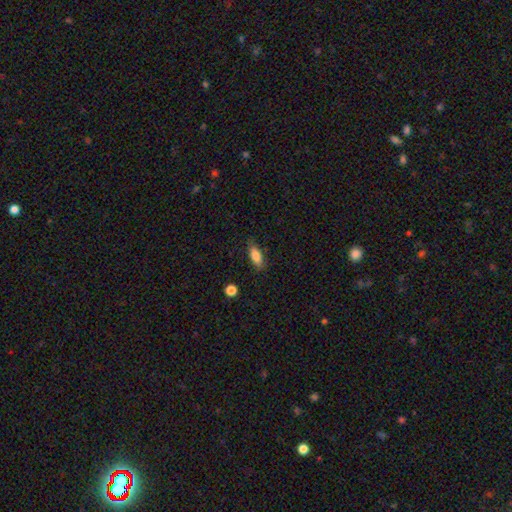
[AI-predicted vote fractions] Morphology: type=smooth (83%); roundness=in between (71%); merging=none (83%).